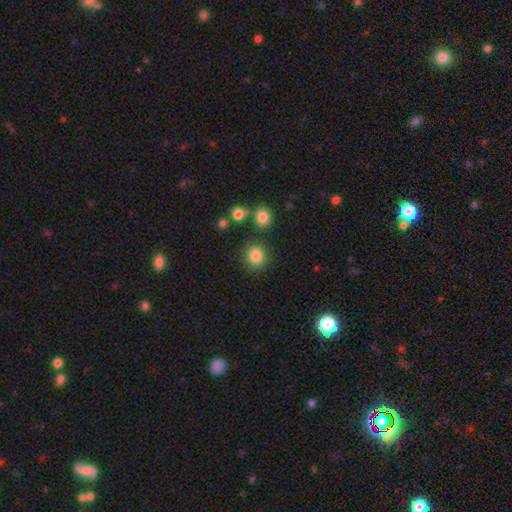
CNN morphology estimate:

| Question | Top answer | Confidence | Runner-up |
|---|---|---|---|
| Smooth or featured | smooth | 85% | star or artifact (11%) |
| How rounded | round | 85% | in between (14%) |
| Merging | none | 85% | minor disturbance (8%) |